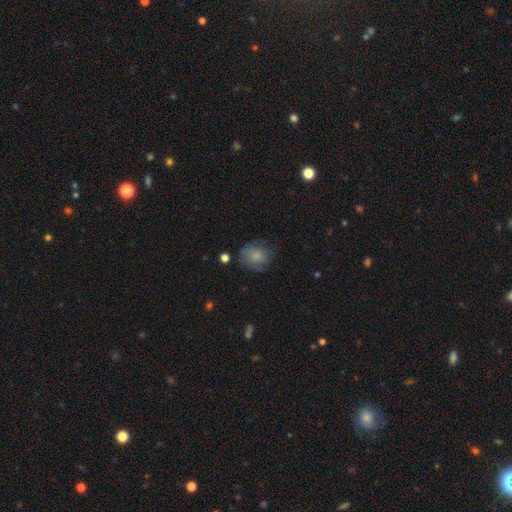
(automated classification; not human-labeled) Morphology: type=smooth (75%); roundness=round (74%); merging=none (67%).